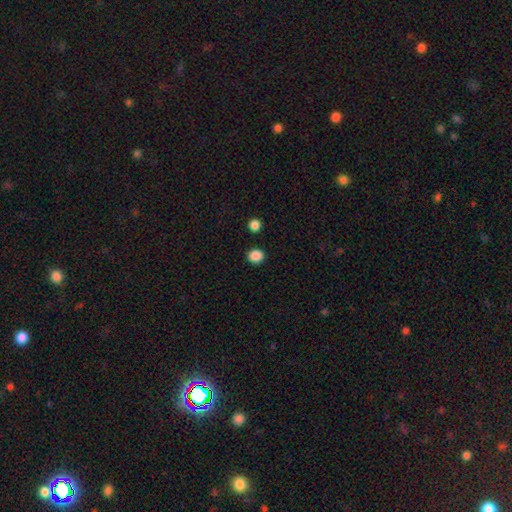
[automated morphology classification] smooth 87%, star or artifact 10%, featured or disk 3%. Down the decision tree: how rounded — round (82%); merging — none (90%).